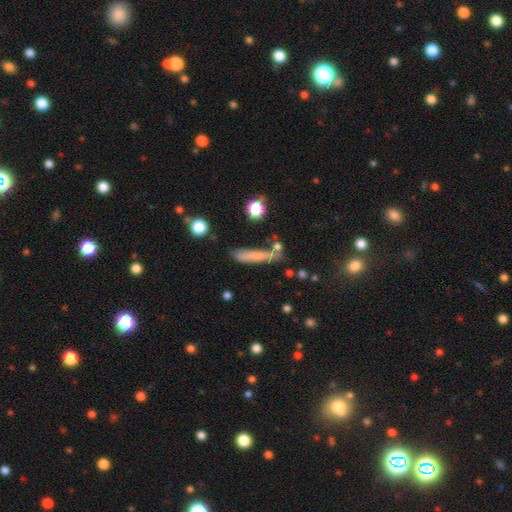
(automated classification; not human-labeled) Q: Smooth or featured?
A: smooth (67%); runner-up: featured or disk (22%)
Q: How rounded?
A: cigar-shaped (88%); runner-up: in between (9%)
Q: Merging?
A: none (66%); runner-up: minor disturbance (20%)